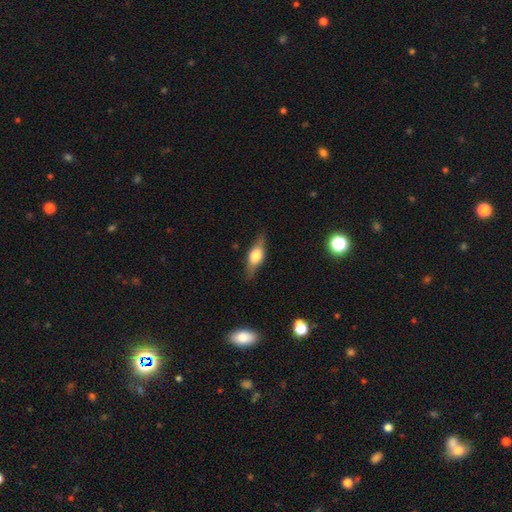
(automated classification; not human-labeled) Smooth or featured: featured or disk — 48% (smooth — 45%)
Merging: none — 83% (minor disturbance — 13%)